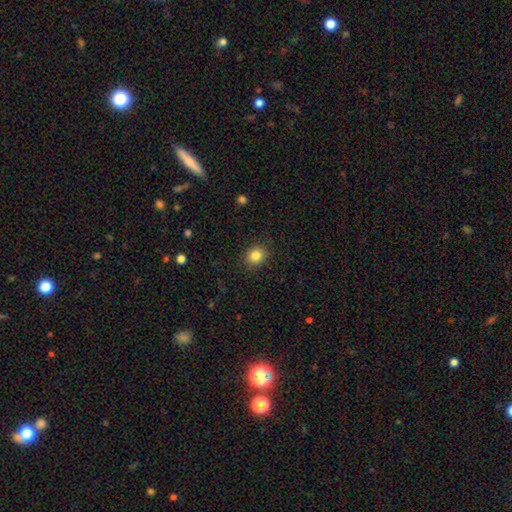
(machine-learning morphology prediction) Smooth or featured? smooth (84%)
How rounded? round (72%)
Merging? none (89%)